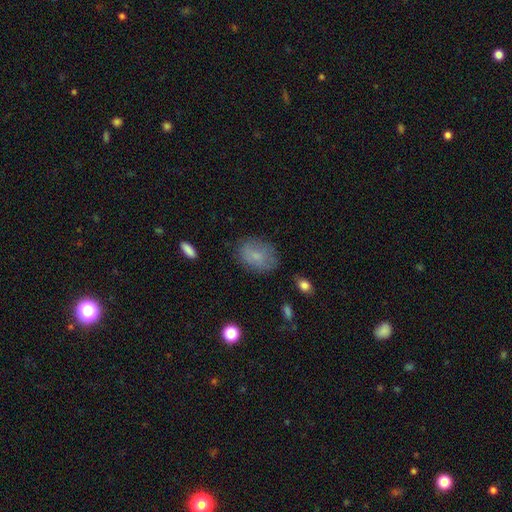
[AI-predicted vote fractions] Overall: smooth (75%). How rounded: in between (68%; round 31%). Merging: none (72%).